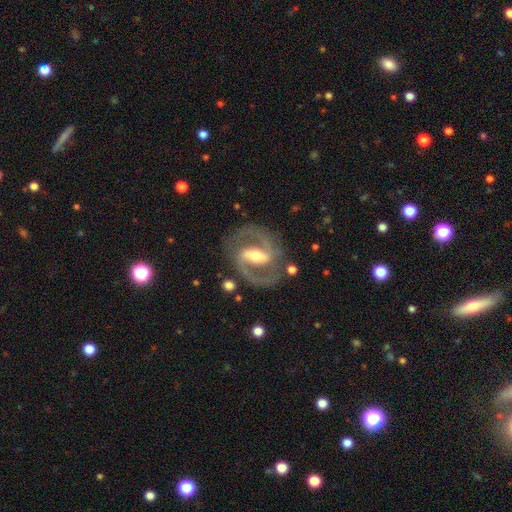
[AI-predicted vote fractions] smooth_or_featured: featured or disk (p=0.90) [alt: smooth p=0.05]
disk_edge_on: no (p=0.97) [alt: yes p=0.03]
bar: strong (p=0.60) [alt: weak p=0.30]
has_spiral_arms: yes (p=0.96) [alt: no p=0.04]
spiral_winding: medium (p=0.62) [alt: tight p=0.25]
spiral_arm_count: 2 (p=0.93) [alt: can't tell p=0.02]
bulge_size: moderate (p=0.63) [alt: small p=0.24]
merging: none (p=0.81) [alt: minor disturbance p=0.11]